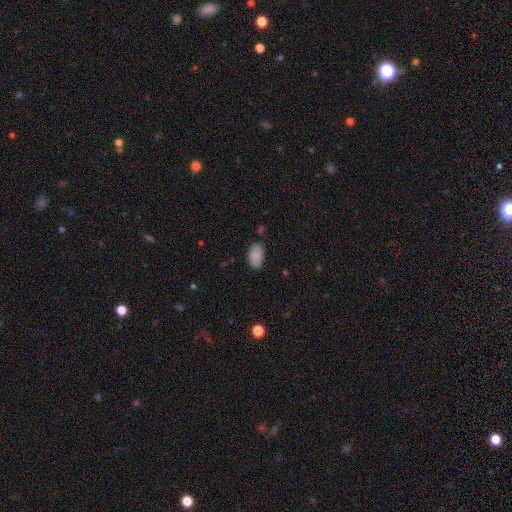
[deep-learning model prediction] A smooth galaxy with no disk features (86%) that is in between round and cigar-shaped (93%).

Vote fractions:
- Smooth or featured? smooth: 86% / star or artifact: 7% / featured or disk: 7%
- How rounded? in between: 93% / round: 6% / cigar-shaped: 1%
- Merging? none: 79% / minor disturbance: 16% / major disturbance: 3% / merger: 2%